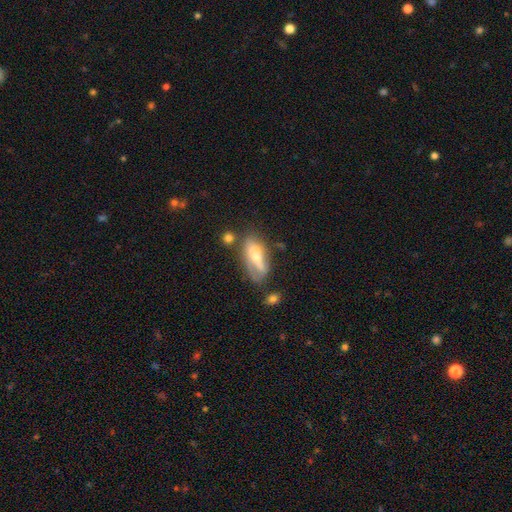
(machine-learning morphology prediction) Q: Smooth or featured?
A: featured or disk (49%); runner-up: smooth (44%)
Q: Merging?
A: none (46%); runner-up: minor disturbance (24%)